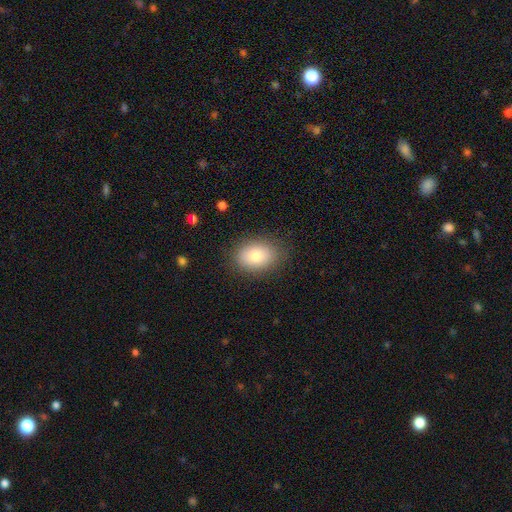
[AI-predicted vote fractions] Smooth or featured? Predicted: smooth (p=0.81). How rounded? Predicted: in between (p=0.76). Merging? Predicted: none (p=0.86).